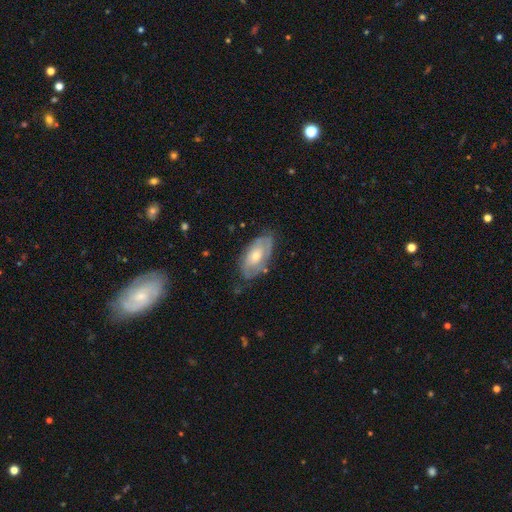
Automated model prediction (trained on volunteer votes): Smooth or featured? featured or disk (61%)
Edge-on disk? no (91%)
Bar? no (72%)
Spiral arms? yes (73%)
Bulge size? moderate (57%)
Merging? none (67%)